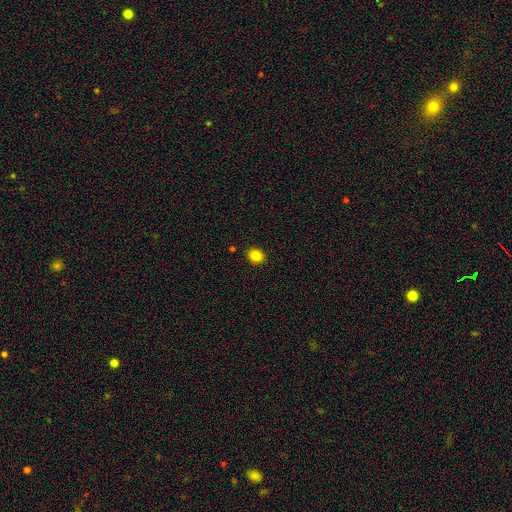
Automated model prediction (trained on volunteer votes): Smooth or featured? Predicted: smooth (p=0.84). How rounded? Predicted: round (p=0.64). Merging? Predicted: none (p=0.90).